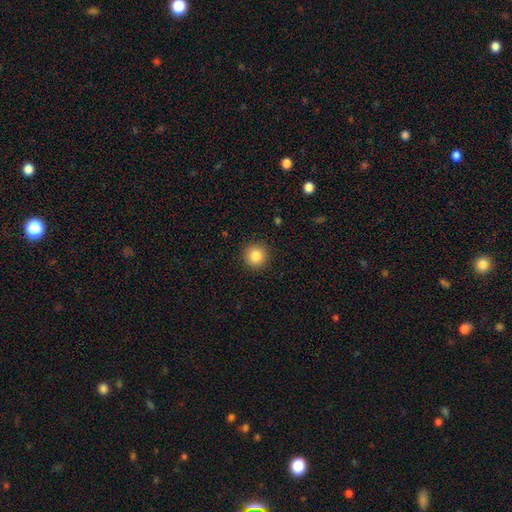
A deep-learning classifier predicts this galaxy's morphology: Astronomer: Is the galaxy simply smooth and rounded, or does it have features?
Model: smooth — 85%.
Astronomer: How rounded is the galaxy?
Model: round — 94%.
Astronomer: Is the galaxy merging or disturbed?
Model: none — 91%.